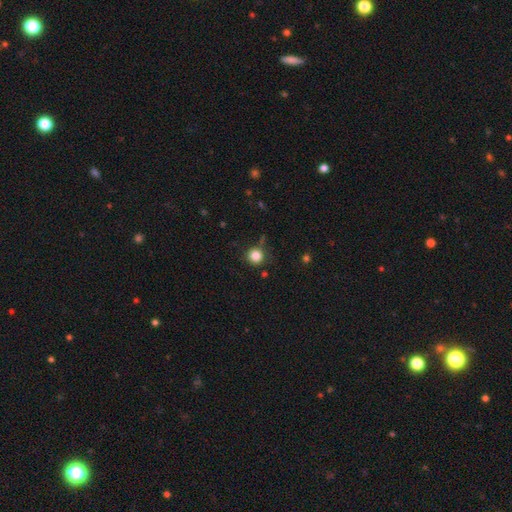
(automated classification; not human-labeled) The model was most divided on "merging": none: 81%, minor disturbance: 12%, major disturbance: 4%, merger: 3%. More confident: how rounded — round (93%); smooth or featured — smooth (83%).